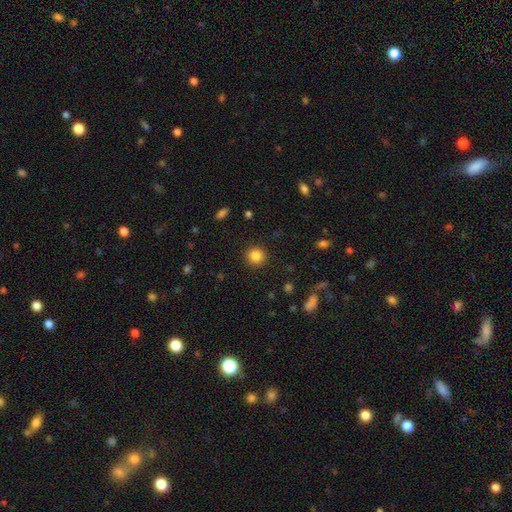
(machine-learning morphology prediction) Smooth or featured? Predicted: smooth (p=0.85). How rounded? Predicted: round (p=0.93). Merging? Predicted: none (p=0.91).